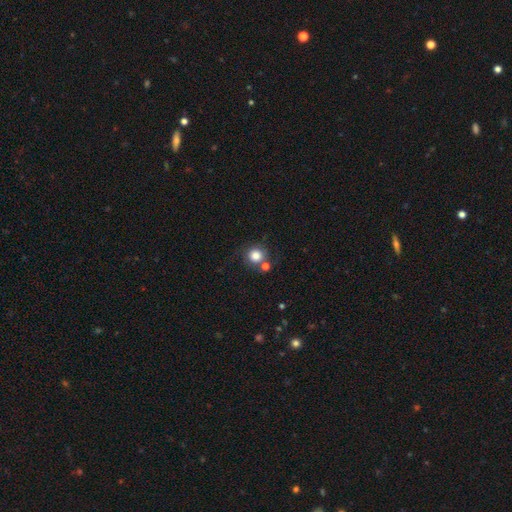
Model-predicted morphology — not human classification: Q: Smooth or featured?
A: smooth (81%); runner-up: star or artifact (10%)
Q: How rounded?
A: round (90%); runner-up: in between (9%)
Q: Merging?
A: none (66%); runner-up: merger (18%)